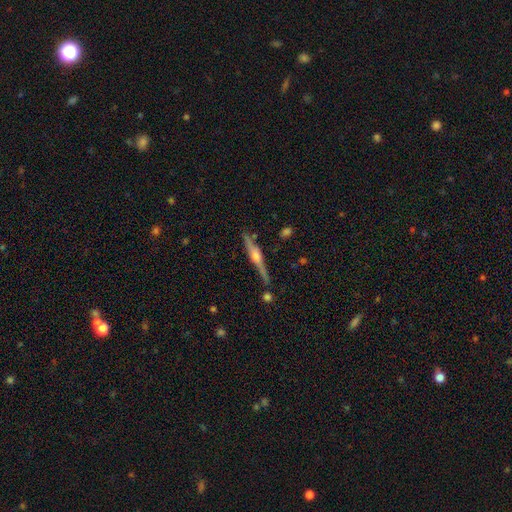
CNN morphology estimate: Smooth or featured: featured or disk — 78% (smooth — 15%)
Edge-on disk: yes — 98% (no — 2%)
Edge-on bulge: rounded — 90% (boxy — 6%)
Merging: none — 83% (minor disturbance — 11%)